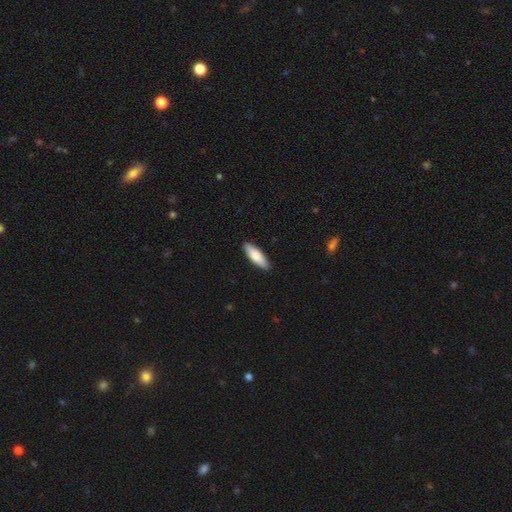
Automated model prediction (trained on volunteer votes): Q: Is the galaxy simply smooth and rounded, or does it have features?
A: smooth — 78%.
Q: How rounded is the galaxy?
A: in between — 51%.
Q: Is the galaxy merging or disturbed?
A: none — 90%.